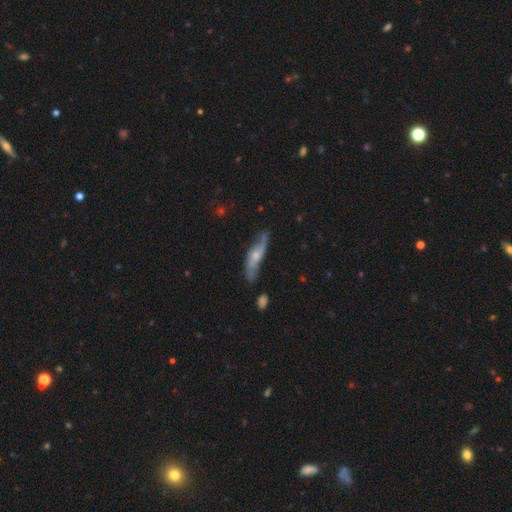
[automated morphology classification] Smooth or featured? featured or disk (53%)
Edge-on disk? no (51%)
Merging? none (63%)